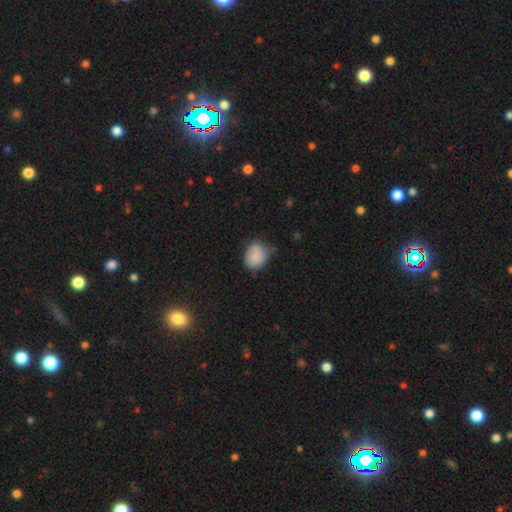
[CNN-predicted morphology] A smooth galaxy with no disk features (83%) that is in between round and cigar-shaped (53%). Merging: none (55%).